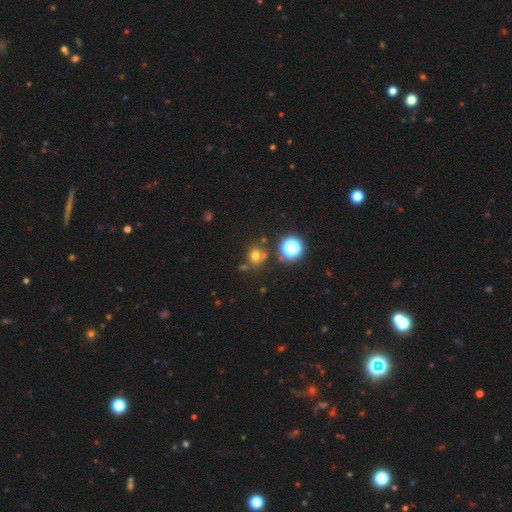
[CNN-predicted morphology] This is likely a smooth galaxy (68%). How rounded: clearly round (82%). Merging: likely none (72%).